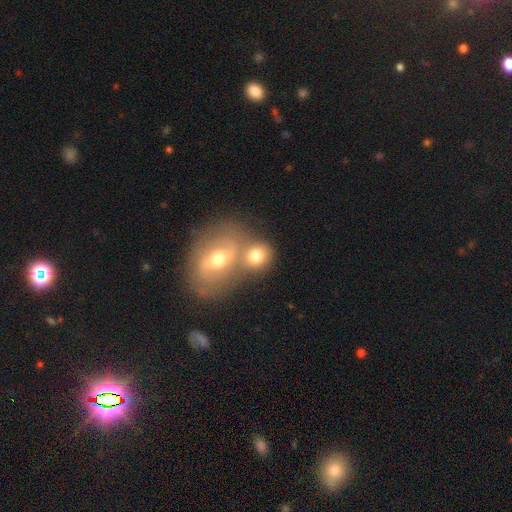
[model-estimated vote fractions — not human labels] smooth-or-featured: smooth: 65% | featured or disk: 27% | star or artifact: 8%
  how-rounded: round: 63% | in between: 36% | cigar-shaped: 2%
  merging: merger: 45% | none: 41% | minor disturbance: 9% | major disturbance: 4%